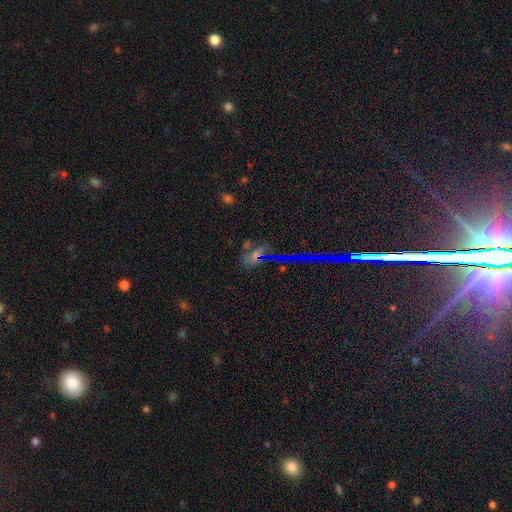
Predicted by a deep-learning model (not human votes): smooth-or-featured: star or artifact: 54% | smooth: 32% | featured or disk: 14%